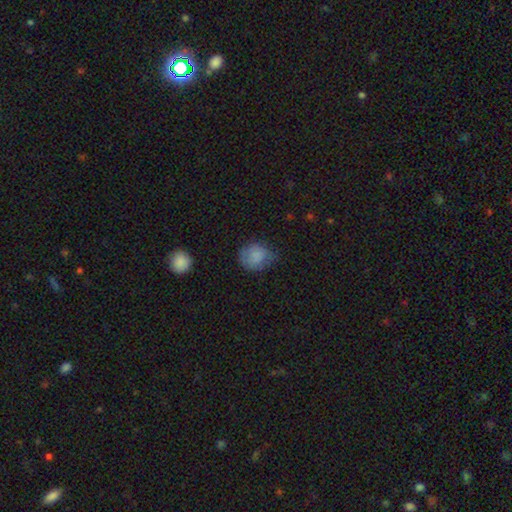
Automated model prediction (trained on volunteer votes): Smooth or featured? smooth (82%)
How rounded? round (72%)
Merging? none (58%)